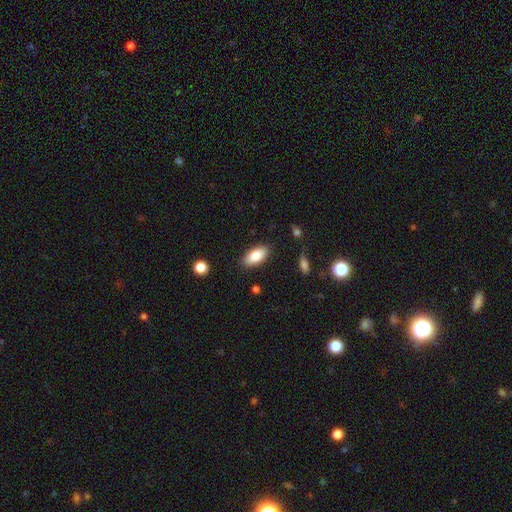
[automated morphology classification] Smooth or featured: smooth — 83% (featured or disk — 10%)
How rounded: in between — 89% (cigar-shaped — 9%)
Merging: none — 86% (minor disturbance — 10%)